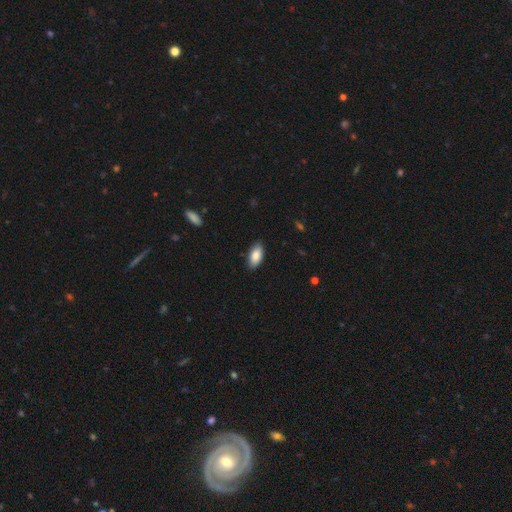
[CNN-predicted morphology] Smooth or featured? smooth (86%)
How rounded? in between (92%)
Merging? none (87%)